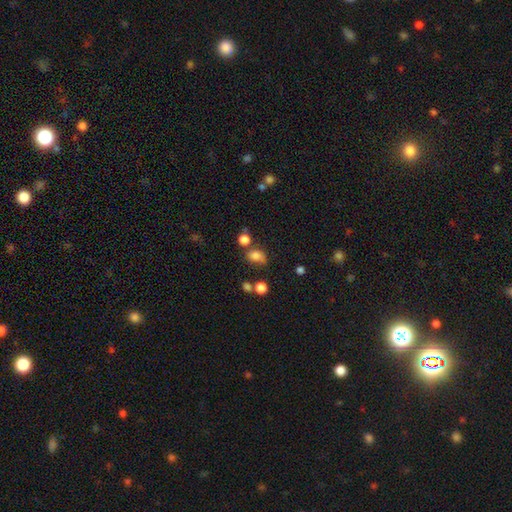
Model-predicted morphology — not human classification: Overall: smooth (76%). How rounded: in between (55%; round 44%). Merging: none (47%; minor disturbance 24%).